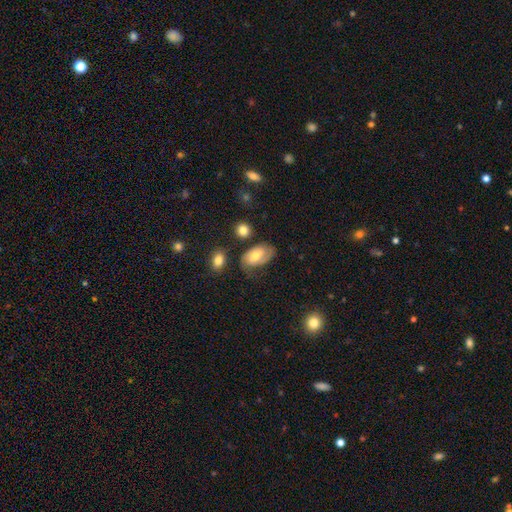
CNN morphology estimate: smooth 48%, featured or disk 44%, star or artifact 8%. Down the decision tree: merging — none (55%).